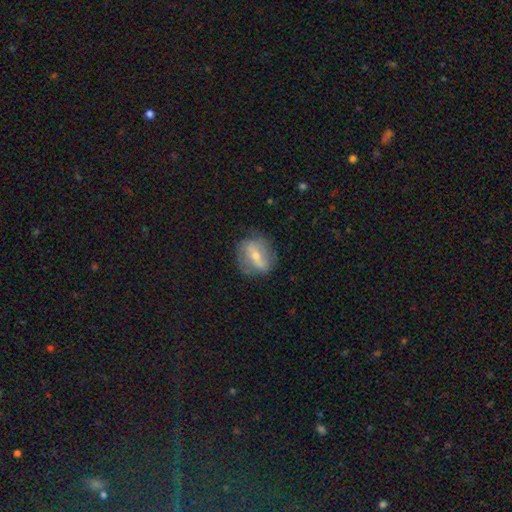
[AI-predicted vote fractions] Morphology: type=featured or disk (60%); edge-on=no (88%); bar=strong (49%); spiral arms=yes (55%); bulge=small (51%); merging=none (74%).